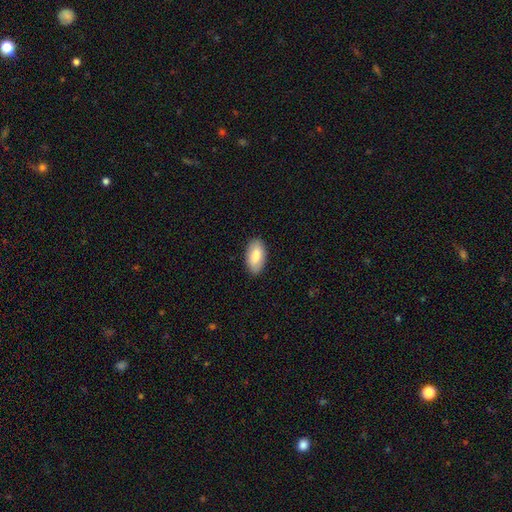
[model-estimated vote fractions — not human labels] This is clearly a smooth galaxy (80%). How rounded: clearly in between (94%). Merging: clearly none (88%).